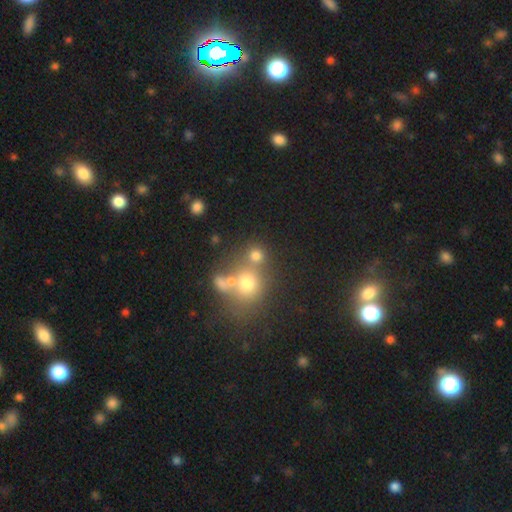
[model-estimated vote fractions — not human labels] Q: Smooth or featured?
A: smooth (72%); runner-up: star or artifact (17%)
Q: How rounded?
A: round (84%); runner-up: in between (15%)
Q: Merging?
A: none (54%); runner-up: merger (32%)